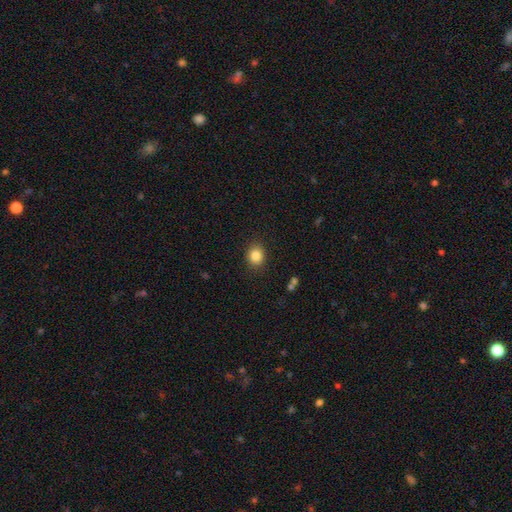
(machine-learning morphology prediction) A smooth galaxy with no disk features (84%) that is round (72%).

Vote fractions:
- Smooth or featured? smooth: 84% / star or artifact: 10% / featured or disk: 5%
- How rounded? round: 72% / in between: 27% / cigar-shaped: 1%
- Merging? none: 89% / minor disturbance: 8% / major disturbance: 2% / merger: 1%